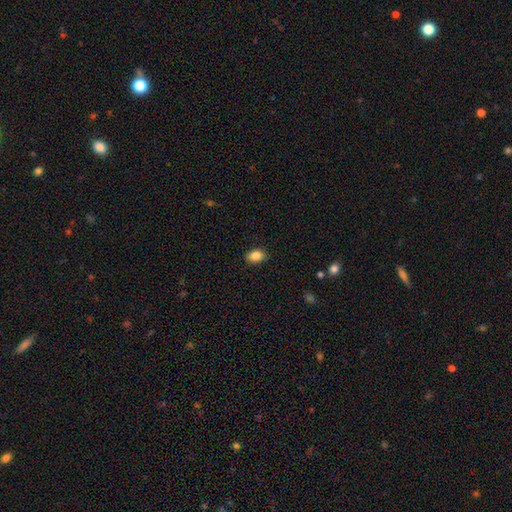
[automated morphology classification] smooth 87%, star or artifact 9%, featured or disk 4%. Down the decision tree: how rounded — in between (76%); merging — none (88%).